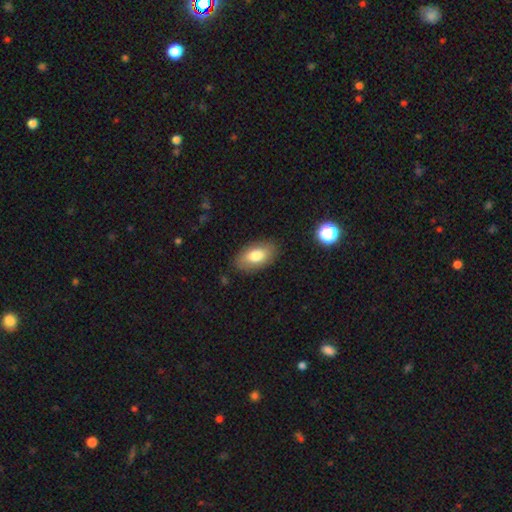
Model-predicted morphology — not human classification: Q: Smooth or featured?
A: smooth (78%); runner-up: featured or disk (15%)
Q: How rounded?
A: in between (93%); runner-up: round (5%)
Q: Merging?
A: none (85%); runner-up: minor disturbance (11%)